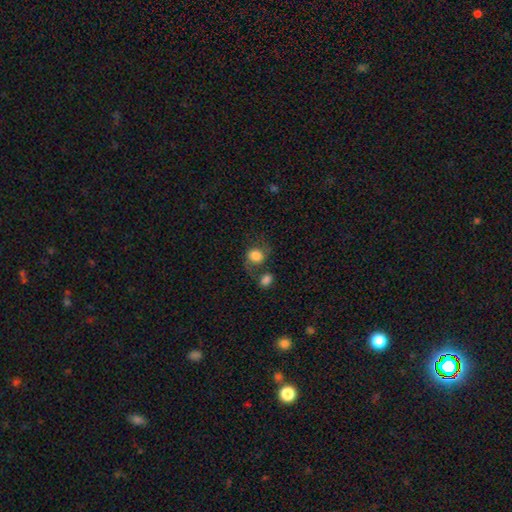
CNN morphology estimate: smooth-or-featured: smooth: 73% | featured or disk: 18% | star or artifact: 9%
  how-rounded: round: 68% | in between: 31% | cigar-shaped: 1%
  merging: none: 42% | merger: 27% | minor disturbance: 18% | major disturbance: 14%